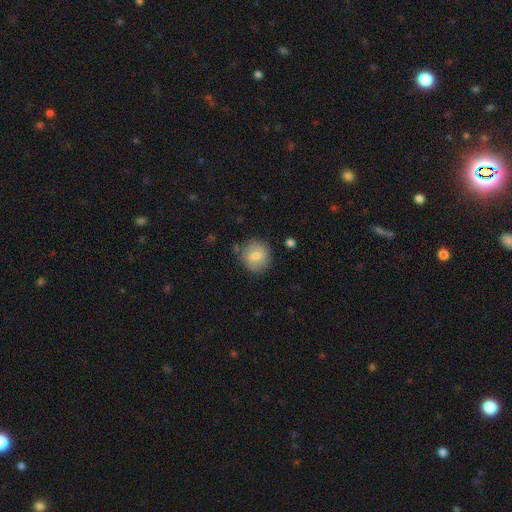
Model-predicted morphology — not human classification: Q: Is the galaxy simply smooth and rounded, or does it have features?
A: smooth — 72%.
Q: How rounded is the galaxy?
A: round — 89%.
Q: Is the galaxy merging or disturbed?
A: none — 82%.